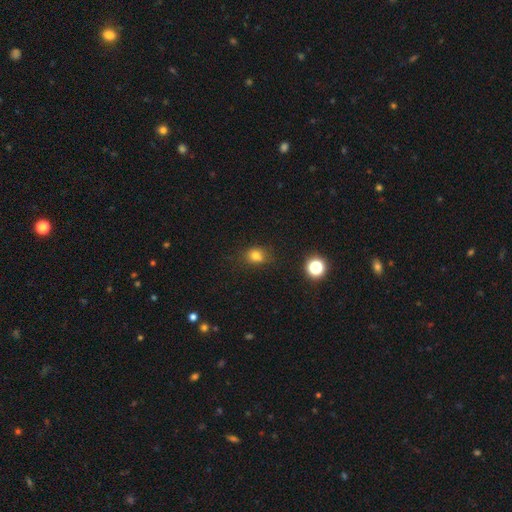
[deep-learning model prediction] The model was most divided on "how rounded": round: 57%, in between: 41%, cigar-shaped: 1%. More confident: smooth or featured — smooth (76%); merging — none (67%).